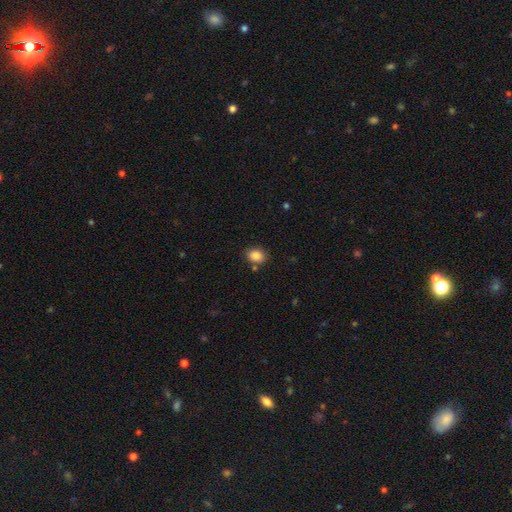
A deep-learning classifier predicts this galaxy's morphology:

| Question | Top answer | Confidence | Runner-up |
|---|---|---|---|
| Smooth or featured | smooth | 87% | star or artifact (9%) |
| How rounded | in between | 62% | round (37%) |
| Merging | none | 80% | minor disturbance (12%) |